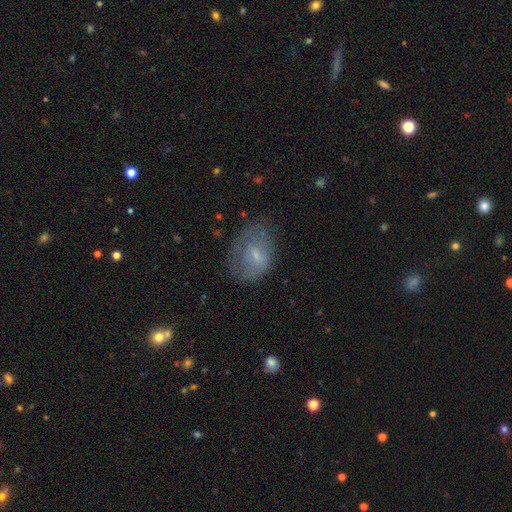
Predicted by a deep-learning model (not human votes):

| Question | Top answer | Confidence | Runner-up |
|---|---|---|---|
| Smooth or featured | smooth | 52% | featured or disk (39%) |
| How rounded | in between | 71% | round (27%) |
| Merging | none | 53% | minor disturbance (27%) |